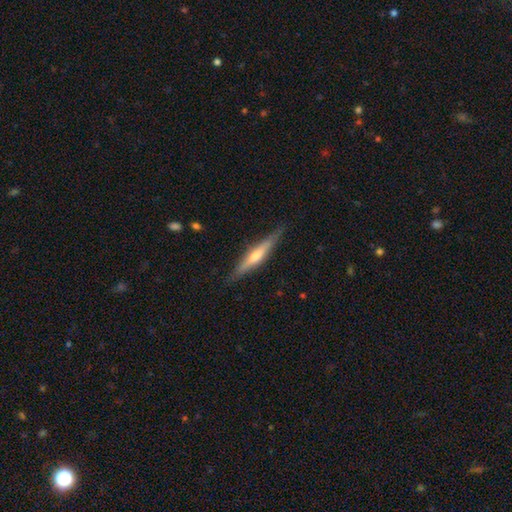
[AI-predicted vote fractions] Smooth or featured? Predicted: featured or disk (p=0.65). Edge-on disk? Predicted: yes (p=0.96). Edge-on bulge? Predicted: rounded (p=0.77). Merging? Predicted: none (p=0.87).